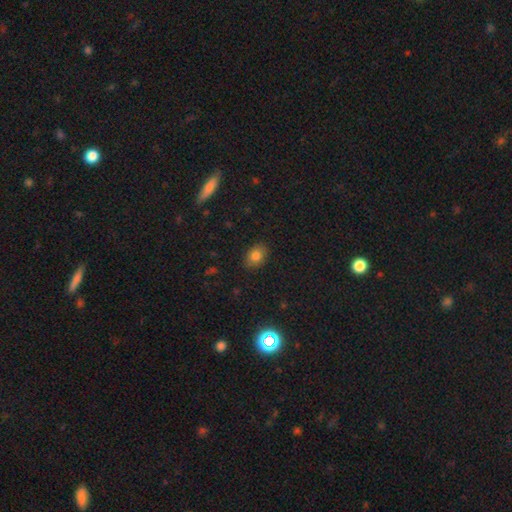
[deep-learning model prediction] A smooth galaxy with no disk features (80%) that is in between round and cigar-shaped (71%).

Vote fractions:
- Smooth or featured? smooth: 80% / star or artifact: 12% / featured or disk: 9%
- How rounded? in between: 71% / round: 27% / cigar-shaped: 1%
- Merging? none: 87% / minor disturbance: 10% / major disturbance: 2% / merger: 1%